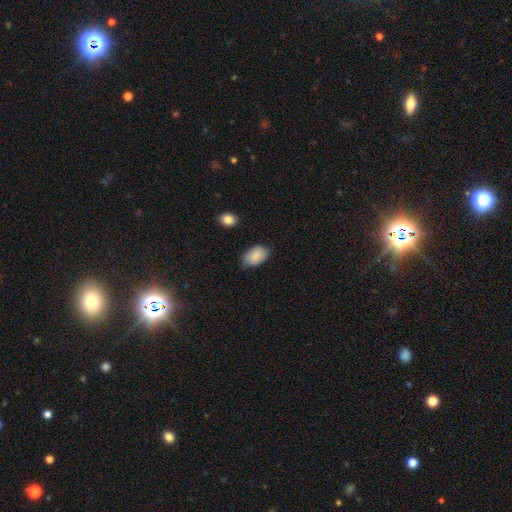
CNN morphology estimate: smooth-or-featured: smooth: 87% | star or artifact: 7% | featured or disk: 6%
  how-rounded: in between: 91% | round: 7% | cigar-shaped: 1%
  merging: none: 76% | minor disturbance: 19% | major disturbance: 3% | merger: 2%